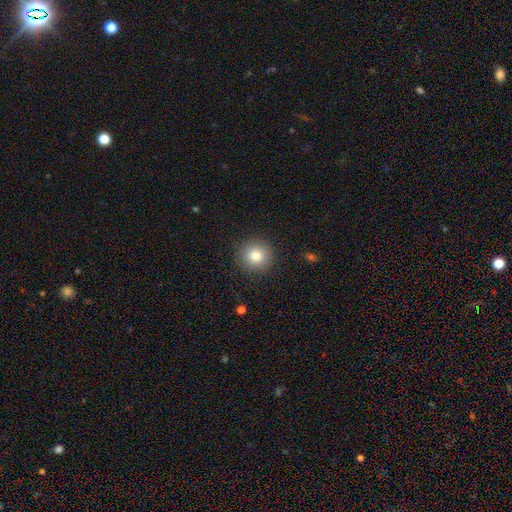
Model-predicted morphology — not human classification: Q: Smooth or featured?
A: smooth (84%); runner-up: star or artifact (10%)
Q: How rounded?
A: round (95%); runner-up: in between (4%)
Q: Merging?
A: none (90%); runner-up: minor disturbance (6%)